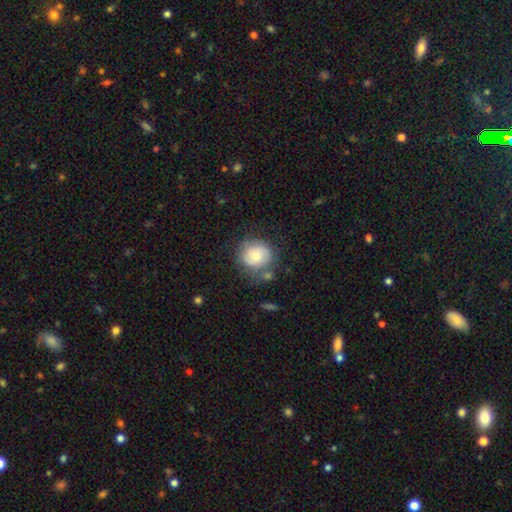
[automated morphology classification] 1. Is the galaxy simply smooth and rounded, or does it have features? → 73% smooth, 19% featured or disk, 8% star or artifact.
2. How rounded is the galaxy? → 87% round, 12% in between, 1% cigar-shaped.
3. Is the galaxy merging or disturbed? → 64% none, 20% minor disturbance, 8% merger, 8% major disturbance.